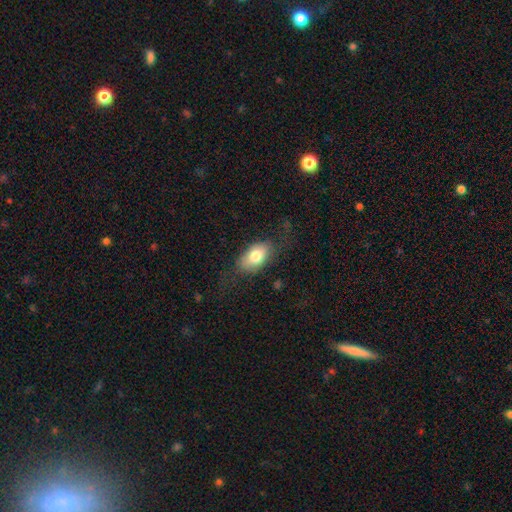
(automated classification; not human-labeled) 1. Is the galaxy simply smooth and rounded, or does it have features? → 77% smooth, 17% featured or disk, 7% star or artifact.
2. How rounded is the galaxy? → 91% in between, 6% round, 3% cigar-shaped.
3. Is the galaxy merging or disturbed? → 68% none, 19% minor disturbance, 12% major disturbance, 1% merger.